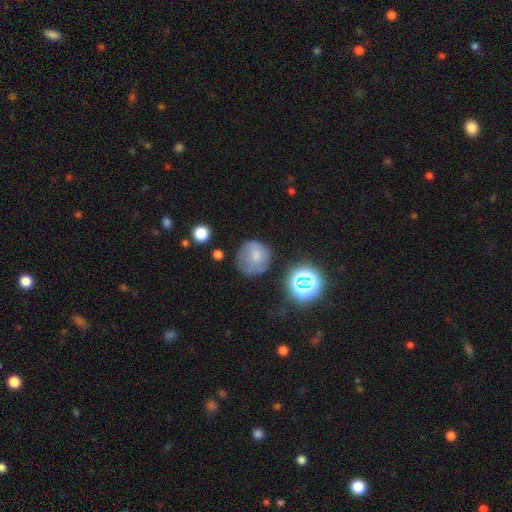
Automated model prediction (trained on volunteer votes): This appears to be a smooth galaxy with no disk features (67%) that is round (86%). Merging: none (57%).